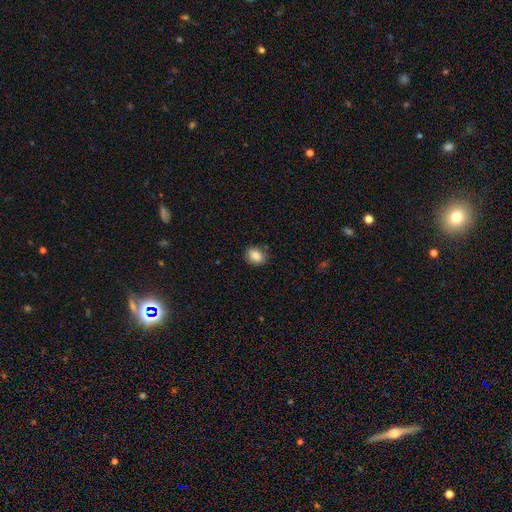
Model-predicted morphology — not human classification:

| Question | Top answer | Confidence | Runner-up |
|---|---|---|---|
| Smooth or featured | smooth | 86% | star or artifact (9%) |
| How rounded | in between | 62% | round (37%) |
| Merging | none | 82% | minor disturbance (13%) |